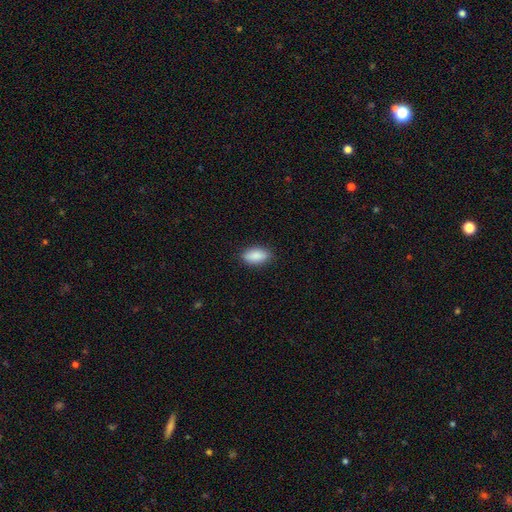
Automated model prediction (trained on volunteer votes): smooth-or-featured: smooth: 89% | star or artifact: 6% | featured or disk: 5%
  how-rounded: in between: 89% | cigar-shaped: 7% | round: 3%
  merging: none: 87% | minor disturbance: 9% | major disturbance: 2% | merger: 1%